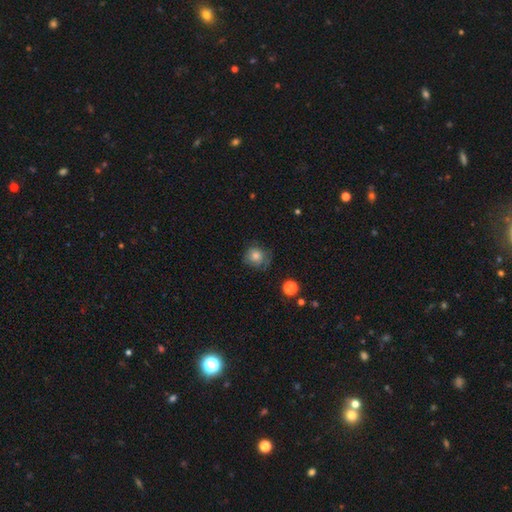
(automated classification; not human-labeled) A smooth galaxy with no disk features (73%) that is round (84%). Merging: none (63%).